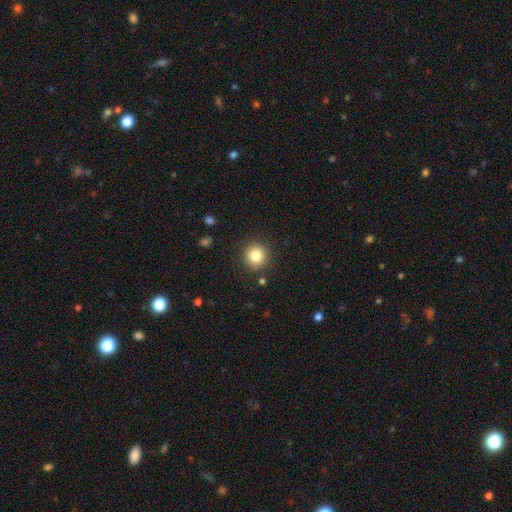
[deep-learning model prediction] Smooth or featured: smooth — 82% (star or artifact — 11%)
How rounded: round — 91% (in between — 8%)
Merging: none — 88% (minor disturbance — 7%)